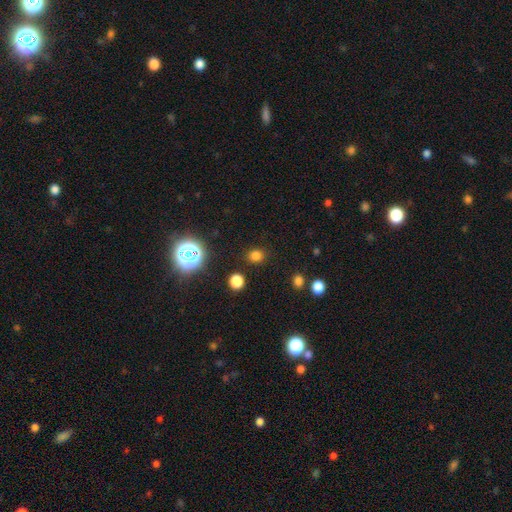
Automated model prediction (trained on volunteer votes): This is likely a smooth galaxy (77%). How rounded: likely round (77%). Merging: clearly none (87%).